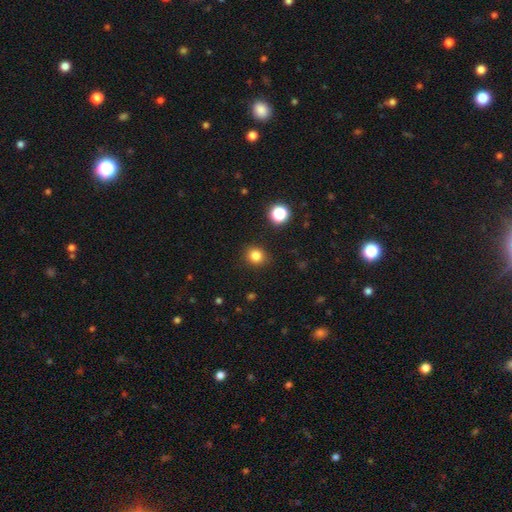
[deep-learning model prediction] Smooth or featured?
  - smooth: 82% *
  - star or artifact: 13%
  - featured or disk: 5%
How rounded?
  - round: 81% *
  - in between: 18%
  - cigar-shaped: 1%
Merging?
  - none: 89% *
  - minor disturbance: 7%
  - major disturbance: 2%
  - merger: 1%